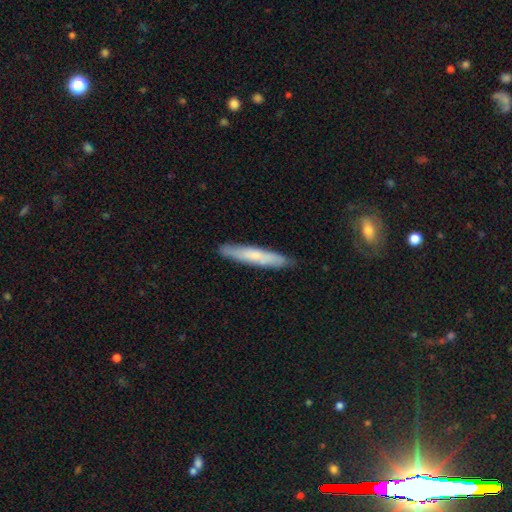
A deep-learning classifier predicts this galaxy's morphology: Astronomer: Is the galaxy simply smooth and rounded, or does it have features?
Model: smooth — 62%.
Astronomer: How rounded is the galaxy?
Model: cigar-shaped — 92%.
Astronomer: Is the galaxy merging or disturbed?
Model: none — 87%.